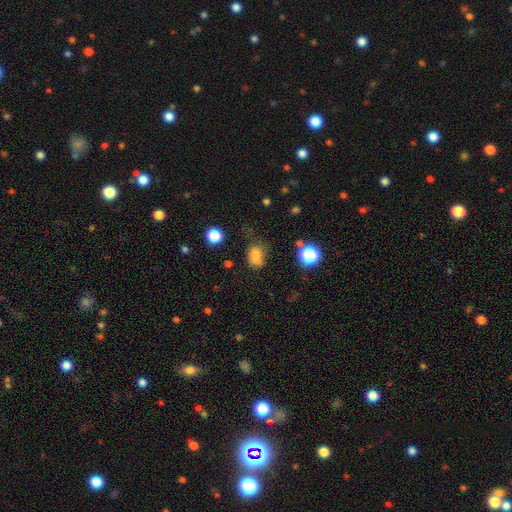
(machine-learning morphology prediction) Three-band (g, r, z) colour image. It shows a smooth galaxy with no disk features (72%) that is in between round and cigar-shaped (63%). Merging: none (44%).